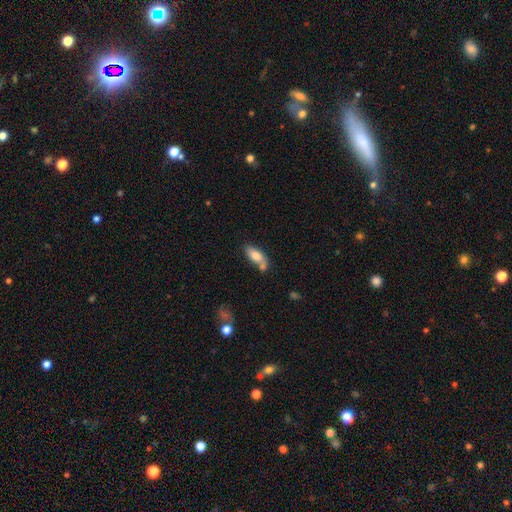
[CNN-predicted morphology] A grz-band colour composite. It shows a smooth galaxy with no disk features (77%) that is in between round and cigar-shaped (83%). Merging: none (44%).